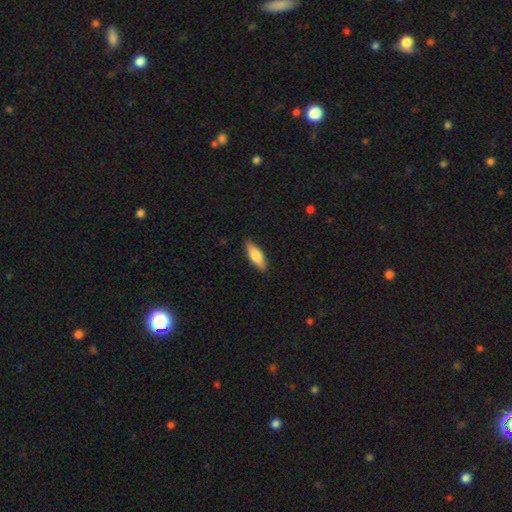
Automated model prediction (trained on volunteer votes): This appears to be a smooth galaxy with no disk features (69%) that is in between round and cigar-shaped (55%). Merging: none (88%).